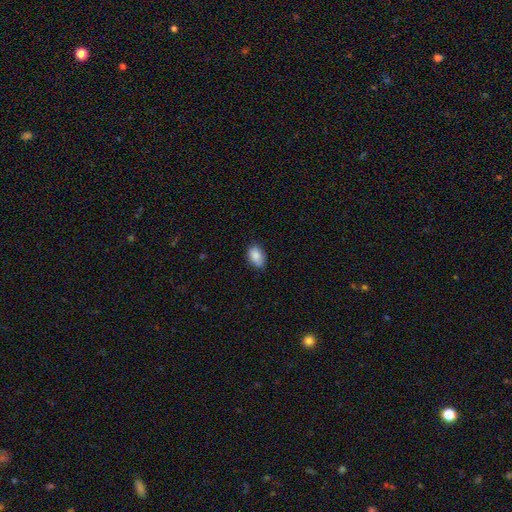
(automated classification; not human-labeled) Overall: smooth (87%). How rounded: in between (87%). Merging: none (78%).